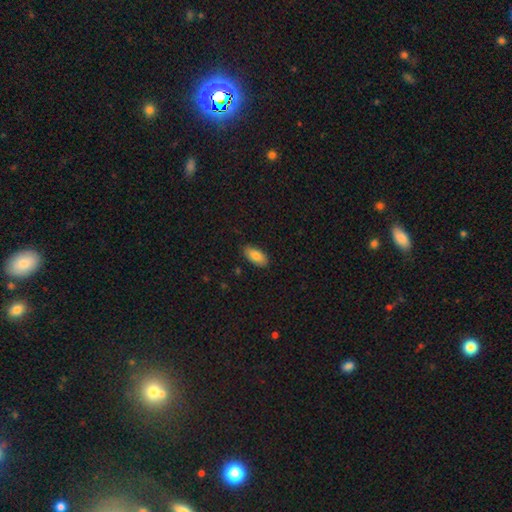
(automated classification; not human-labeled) Smooth or featured: smooth — 83% (featured or disk — 10%)
How rounded: in between — 92% (cigar-shaped — 5%)
Merging: none — 87% (minor disturbance — 10%)